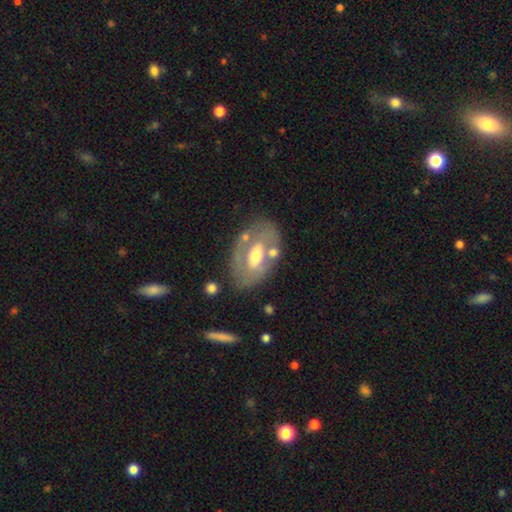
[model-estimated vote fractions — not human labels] Overall: featured or disk (62%; smooth 32%). Edge-on disk: no (91%). Bar: no (46%; weak 33%). Spiral arms: no (70%; yes 30%). Bulge size: moderate (70%). Merging: none (67%).